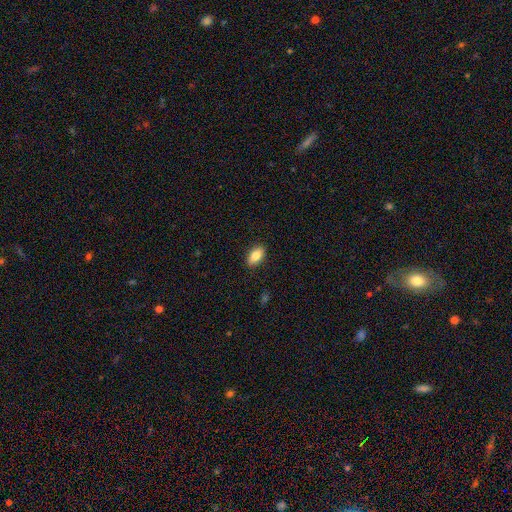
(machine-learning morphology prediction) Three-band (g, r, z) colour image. It shows a smooth galaxy with no disk features (83%) that is in between round and cigar-shaped (90%). Merging: none (89%).